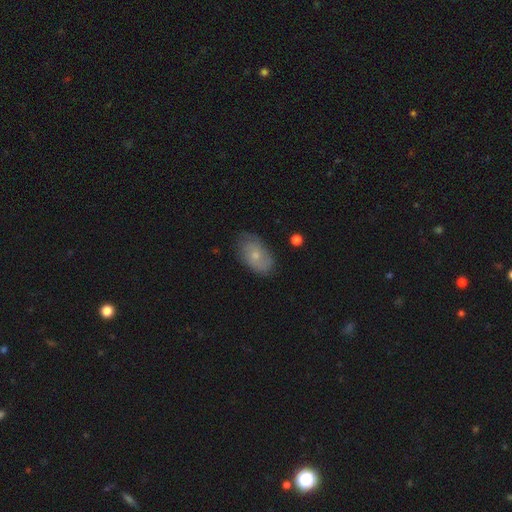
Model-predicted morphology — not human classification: smooth_or_featured: smooth (p=0.56) [alt: featured or disk p=0.36]
how_rounded: in between (p=0.90) [alt: round p=0.08]
merging: none (p=0.74) [alt: minor disturbance p=0.20]